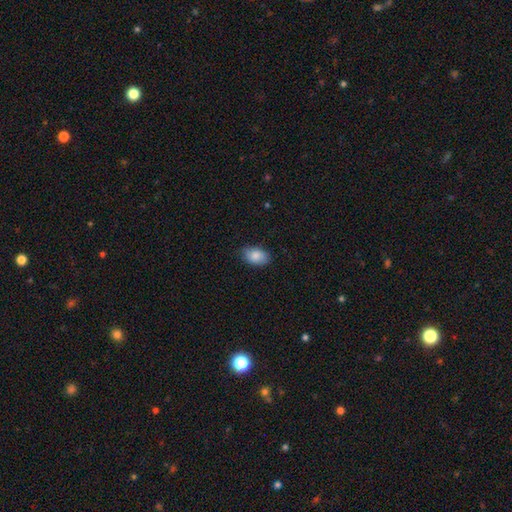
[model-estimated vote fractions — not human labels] Smooth or featured: smooth — 86% (featured or disk — 7%)
How rounded: in between — 90% (round — 8%)
Merging: none — 81% (minor disturbance — 16%)